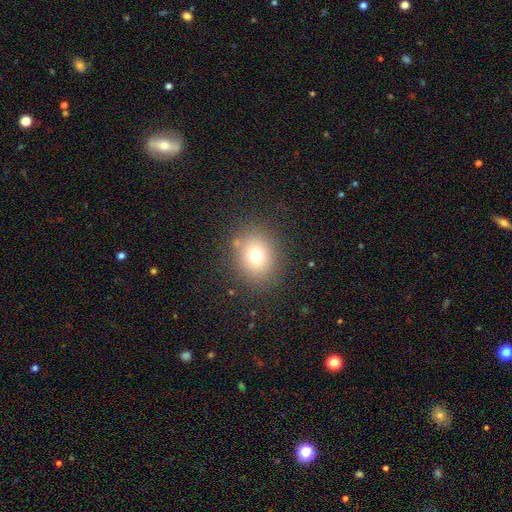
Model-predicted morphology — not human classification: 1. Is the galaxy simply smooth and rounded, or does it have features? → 72% smooth, 16% star or artifact, 12% featured or disk.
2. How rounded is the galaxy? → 64% round, 35% in between, 1% cigar-shaped.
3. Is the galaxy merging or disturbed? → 83% none, 10% minor disturbance, 5% major disturbance, 2% merger.